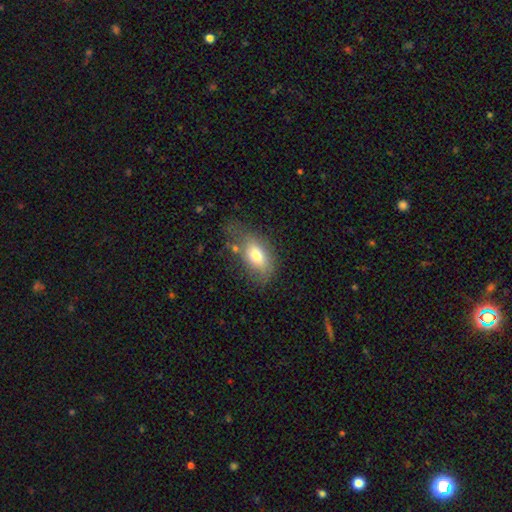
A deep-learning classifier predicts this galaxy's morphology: This is likely a smooth galaxy (72%). How rounded: clearly in between (86%). Merging: possibly none (48%).